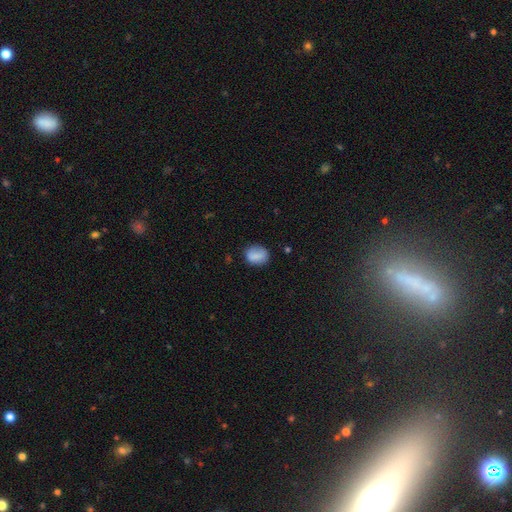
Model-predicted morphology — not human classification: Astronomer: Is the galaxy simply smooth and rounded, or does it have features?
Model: smooth — 81%.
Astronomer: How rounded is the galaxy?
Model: in between — 51% (runner-up: round, 48%).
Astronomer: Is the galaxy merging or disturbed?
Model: none — 76%.